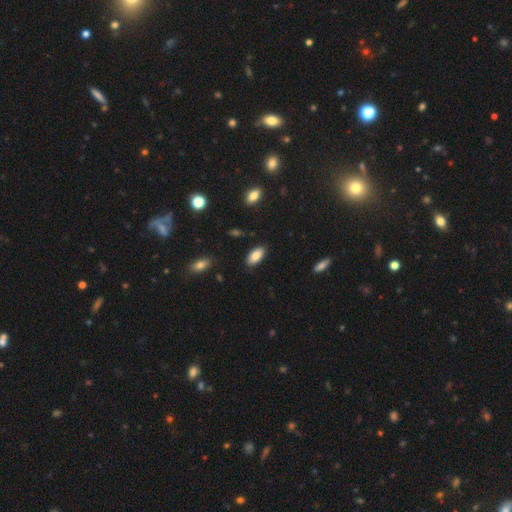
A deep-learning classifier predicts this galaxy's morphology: A smooth galaxy with no disk features (85%) that is in between round and cigar-shaped (92%). Merging: none (86%).